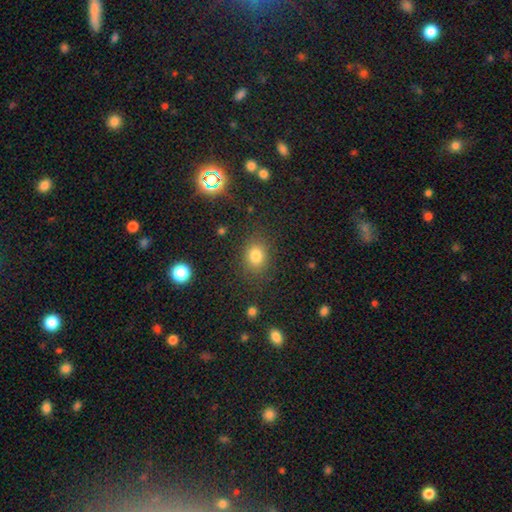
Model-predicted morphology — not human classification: This is likely a smooth galaxy (78%). How rounded: possibly round (51%). Merging: clearly none (83%).